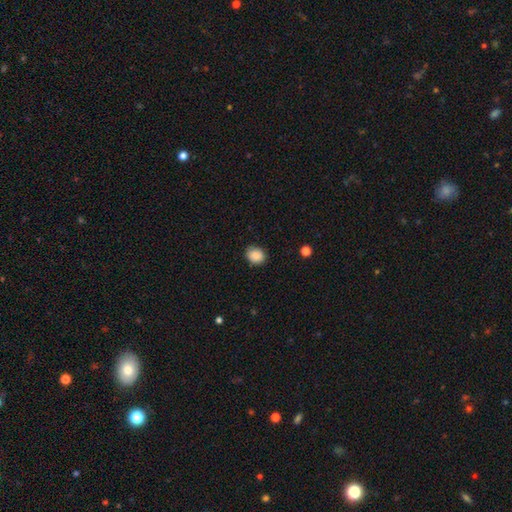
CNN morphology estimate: smooth 88%, star or artifact 8%, featured or disk 4%. Down the decision tree: how rounded — round (61%); merging — none (85%).